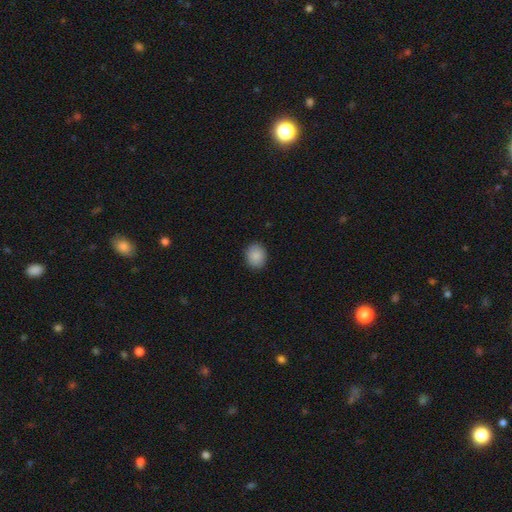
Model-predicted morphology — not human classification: Smooth or featured? Predicted: smooth (p=0.89). How rounded? Predicted: round (p=0.60). Merging? Predicted: none (p=0.90).